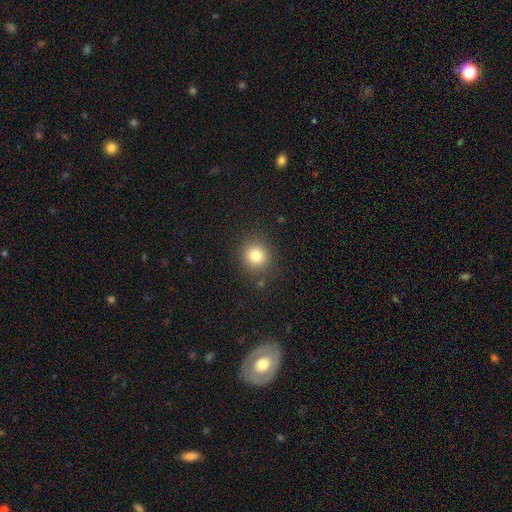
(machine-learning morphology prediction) This is clearly a smooth galaxy (82%). How rounded: clearly round (89%). Merging: clearly none (86%).